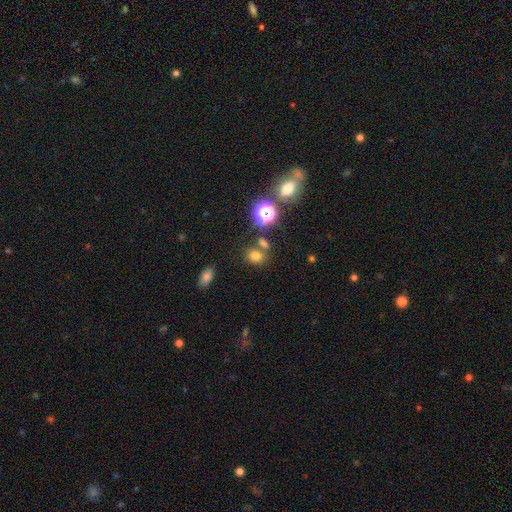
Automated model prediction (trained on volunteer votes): smooth 71%, star or artifact 22%, featured or disk 8%. Down the decision tree: how rounded — round (51%); merging — none (66%).